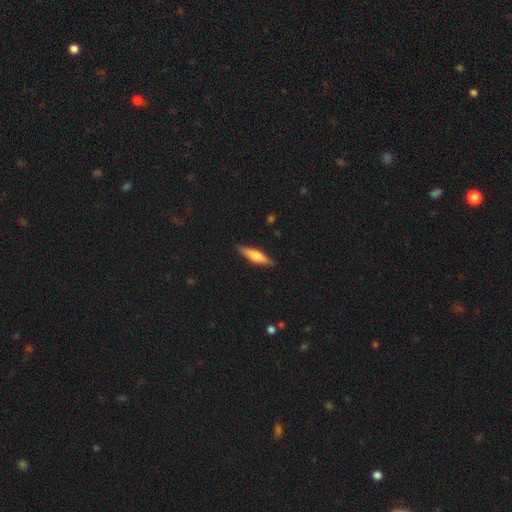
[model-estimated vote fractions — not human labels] Smooth or featured? smooth (57%)
How rounded? cigar-shaped (70%)
Merging? none (88%)